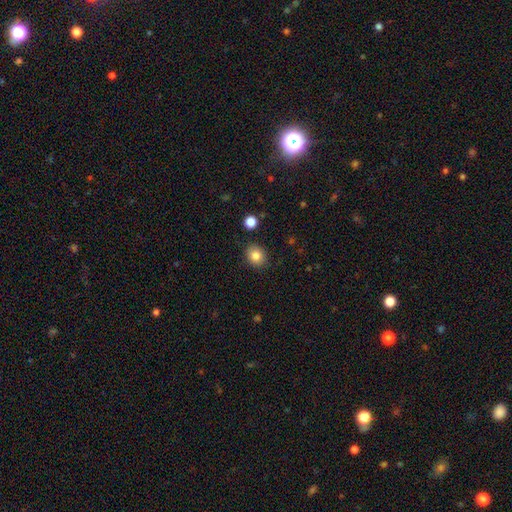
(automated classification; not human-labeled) smooth_or_featured: smooth (p=0.84) [alt: star or artifact p=0.10]
how_rounded: round (p=0.66) [alt: in between p=0.33]
merging: none (p=0.86) [alt: minor disturbance p=0.09]